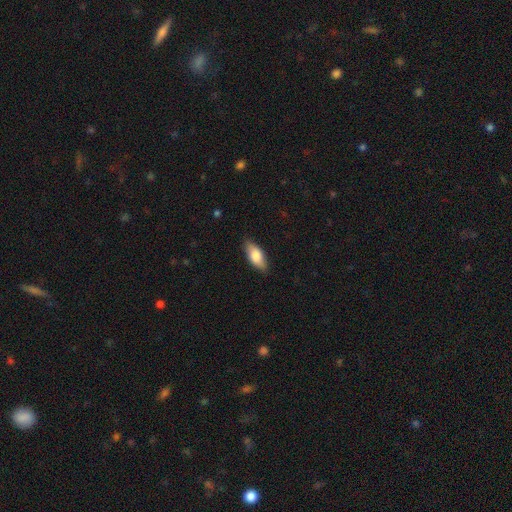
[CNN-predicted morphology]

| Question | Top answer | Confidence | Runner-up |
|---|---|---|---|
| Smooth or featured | smooth | 79% | featured or disk (15%) |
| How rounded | in between | 84% | cigar-shaped (14%) |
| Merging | none | 85% | minor disturbance (12%) |